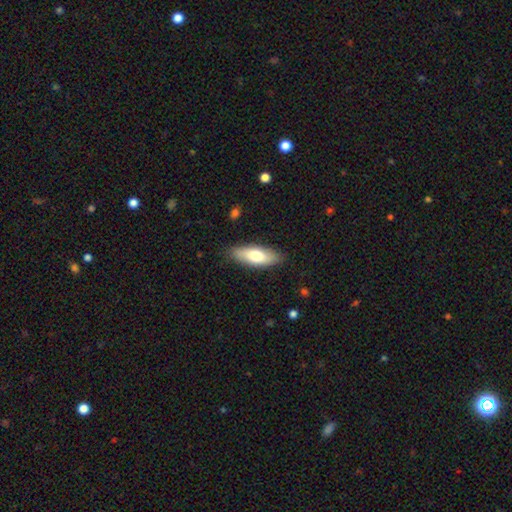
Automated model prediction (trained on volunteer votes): Smooth or featured?
  - smooth: 71% *
  - featured or disk: 24%
  - star or artifact: 6%
How rounded?
  - in between: 65% *
  - cigar-shaped: 33%
  - round: 2%
Merging?
  - none: 86% *
  - minor disturbance: 11%
  - major disturbance: 2%
  - merger: 1%